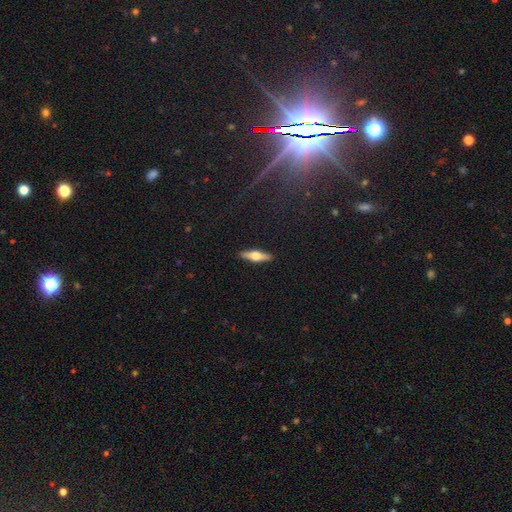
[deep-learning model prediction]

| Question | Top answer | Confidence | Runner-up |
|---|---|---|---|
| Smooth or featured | featured or disk | 59% | smooth (35%) |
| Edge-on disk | yes | 95% | no (5%) |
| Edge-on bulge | rounded | 94% | boxy (4%) |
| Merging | none | 91% | minor disturbance (7%) |